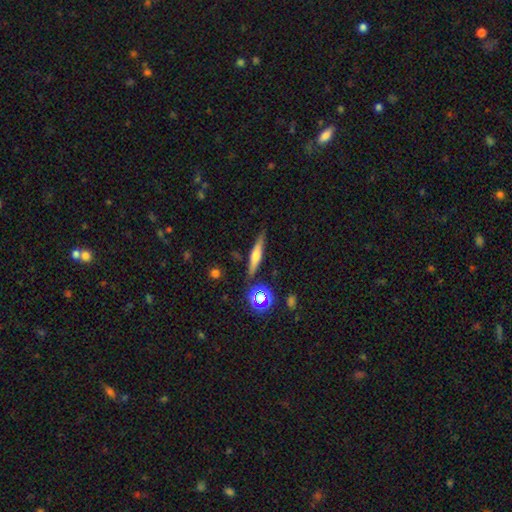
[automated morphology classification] A featured or disk galaxy (47%). Merging: none (85%).